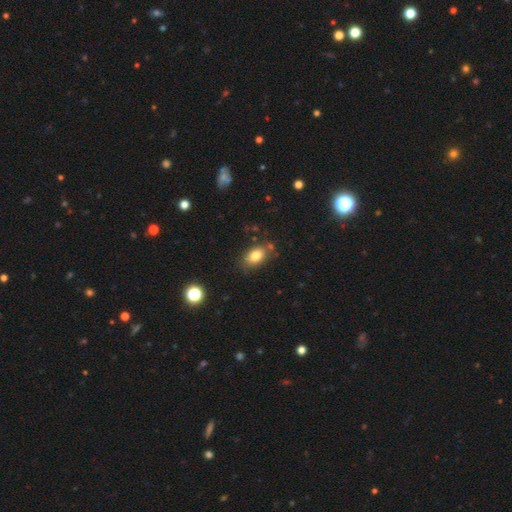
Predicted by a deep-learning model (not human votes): Morphology: type=smooth (80%); roundness=in between (83%); merging=none (75%).